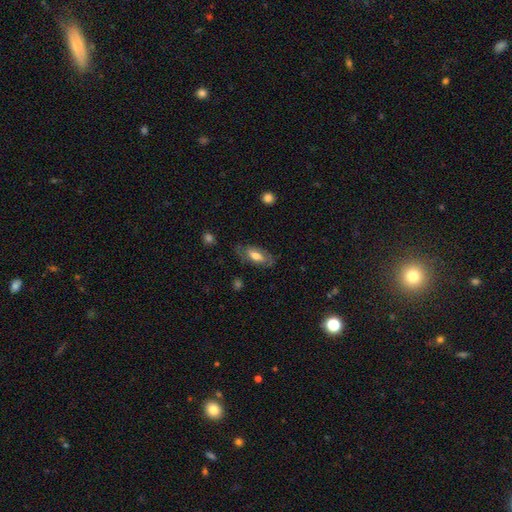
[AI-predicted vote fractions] Smooth or featured? Predicted: smooth (p=0.55). How rounded? Predicted: in between (p=0.84). Merging? Predicted: none (p=0.74).